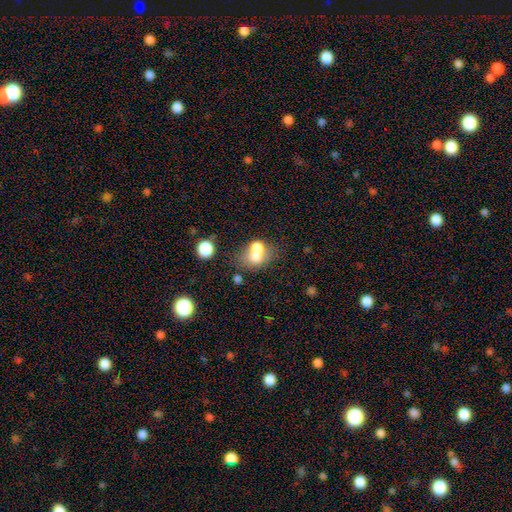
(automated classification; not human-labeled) Smooth or featured? Predicted: smooth (p=0.66). How rounded? Predicted: round (p=0.49, tied with in between). Merging? Predicted: merger (p=0.57).